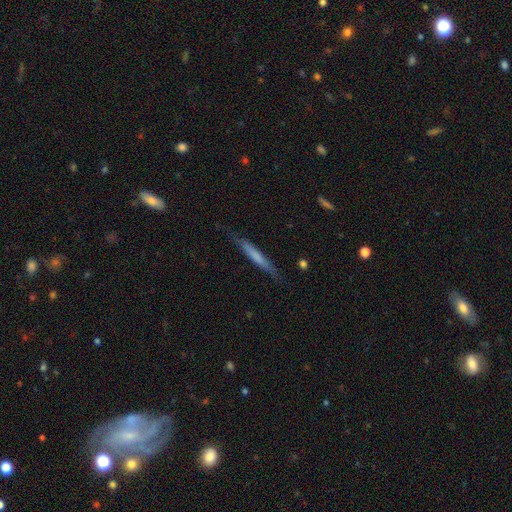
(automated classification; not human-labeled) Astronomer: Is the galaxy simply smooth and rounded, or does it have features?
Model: smooth — 56% (runner-up: featured or disk, 38%).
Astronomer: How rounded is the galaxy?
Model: cigar-shaped — 95%.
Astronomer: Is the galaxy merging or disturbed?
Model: none — 78%.